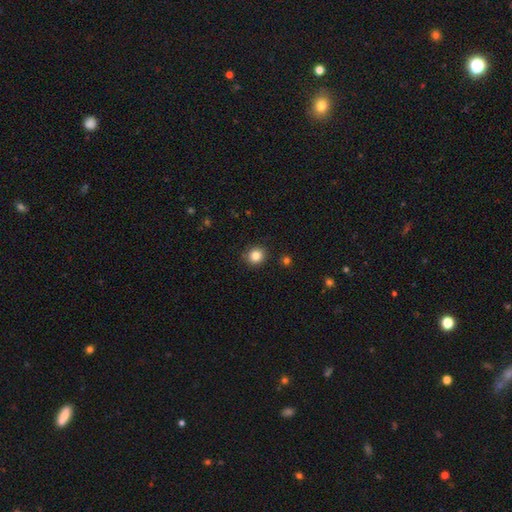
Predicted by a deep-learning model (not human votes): Smooth or featured: smooth — 84% (star or artifact — 11%)
How rounded: round — 88% (in between — 11%)
Merging: none — 89% (minor disturbance — 8%)